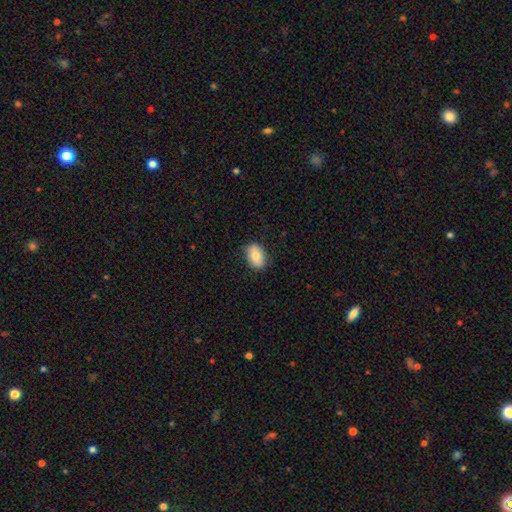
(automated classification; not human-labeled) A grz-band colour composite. It shows a smooth galaxy with no disk features (78%) that is in between round and cigar-shaped (81%). Merging: none (79%).